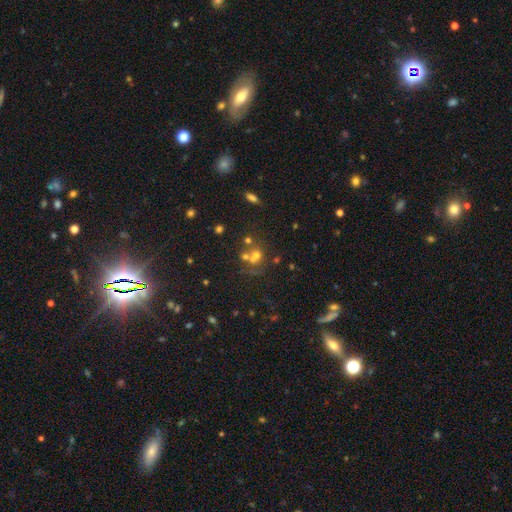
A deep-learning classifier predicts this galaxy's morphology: Smooth or featured: smooth — 50% (featured or disk — 26%)
How rounded: round — 76% (in between — 23%)
Merging: merger — 48% (none — 36%)